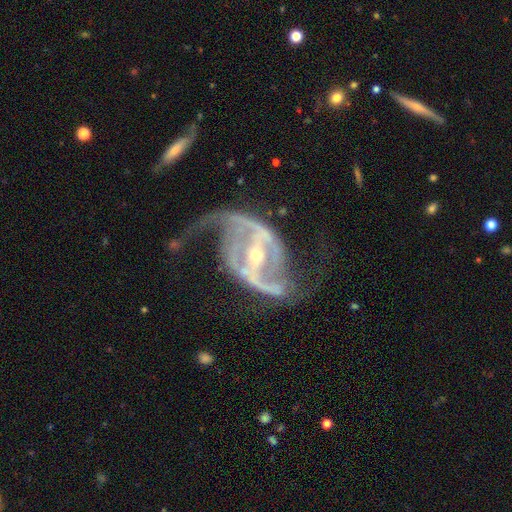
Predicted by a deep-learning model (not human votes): Smooth or featured? Predicted: featured or disk (p=0.92). Edge-on disk? Predicted: no (p=0.96). Bar? Predicted: strong (p=0.63). Spiral arms? Predicted: yes (p=0.97). Spiral winding? Predicted: medium (p=0.44). Spiral arm count? Predicted: 2 (p=0.89). Bulge size? Predicted: small (p=0.56). Merging? Predicted: none (p=0.56).